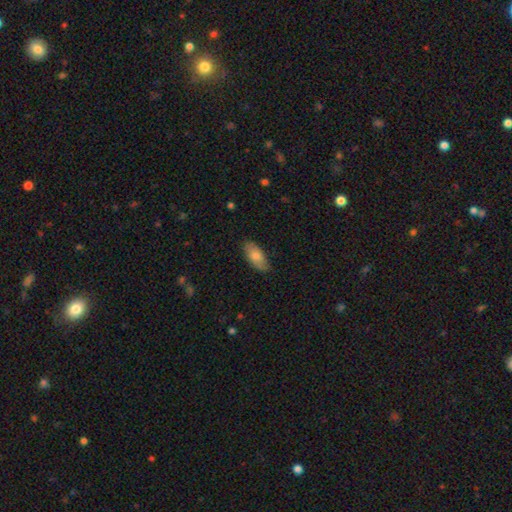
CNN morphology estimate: smooth 72%, featured or disk 21%, star or artifact 6%. Down the decision tree: how rounded — in between (87%); merging — none (83%).